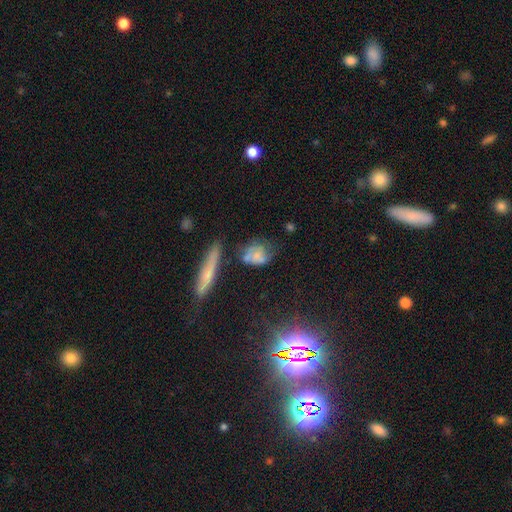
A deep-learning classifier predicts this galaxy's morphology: Overall: smooth (56%; featured or disk 32%). How rounded: in between (63%; round 29%). Merging: none (40%; minor disturbance 27%).